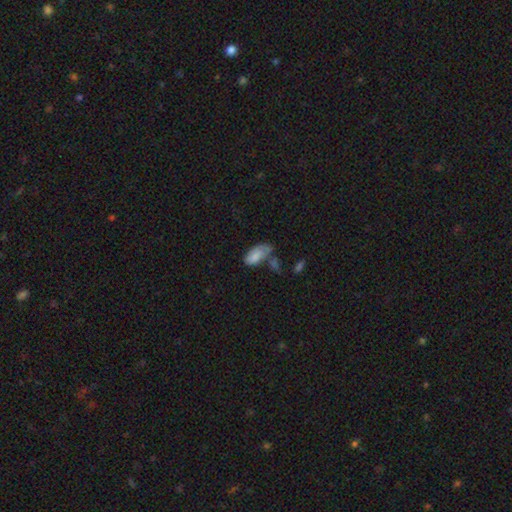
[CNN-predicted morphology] Smooth or featured? Predicted: smooth (p=0.77). How rounded? Predicted: in between (p=0.93). Merging? Predicted: none (p=0.35).